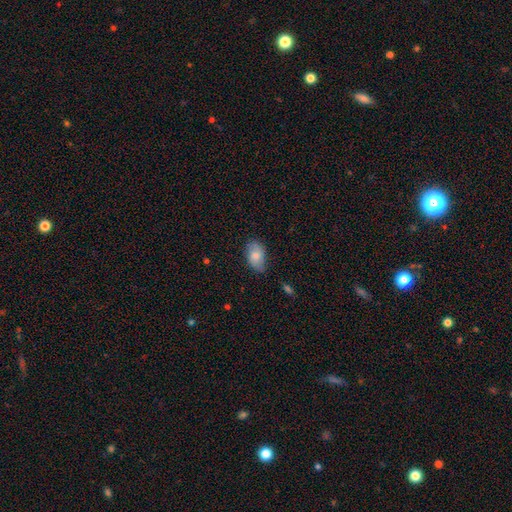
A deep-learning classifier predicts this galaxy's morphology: Smooth or featured: smooth — 78% (featured or disk — 15%)
How rounded: in between — 91% (round — 8%)
Merging: none — 72% (minor disturbance — 22%)